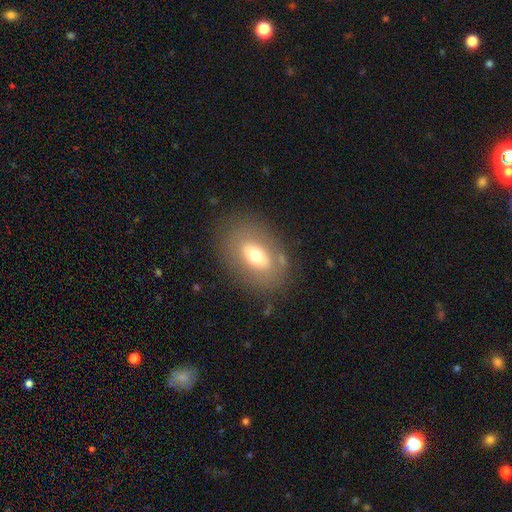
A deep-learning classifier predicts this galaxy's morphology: A smooth galaxy with no disk features (59%) that is in between round and cigar-shaped (83%). Merging: none (79%).